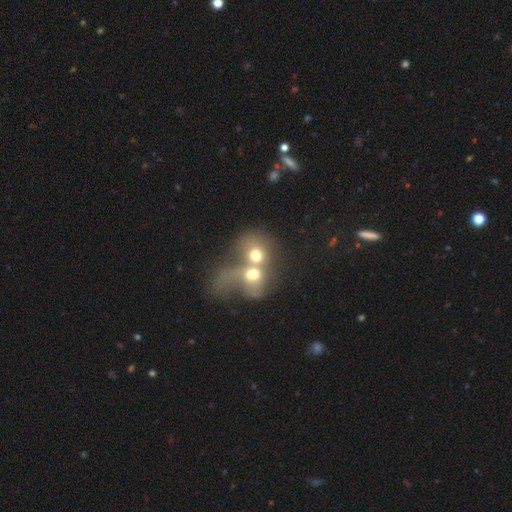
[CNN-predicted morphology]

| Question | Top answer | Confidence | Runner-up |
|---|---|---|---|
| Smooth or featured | smooth | 58% | featured or disk (30%) |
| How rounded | round | 64% | in between (35%) |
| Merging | merger | 80% | major disturbance (9%) |